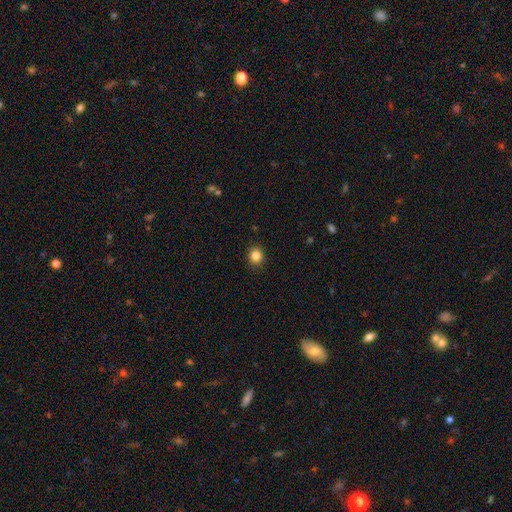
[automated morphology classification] This is clearly a smooth galaxy (85%). How rounded: likely round (80%). Merging: clearly none (90%).